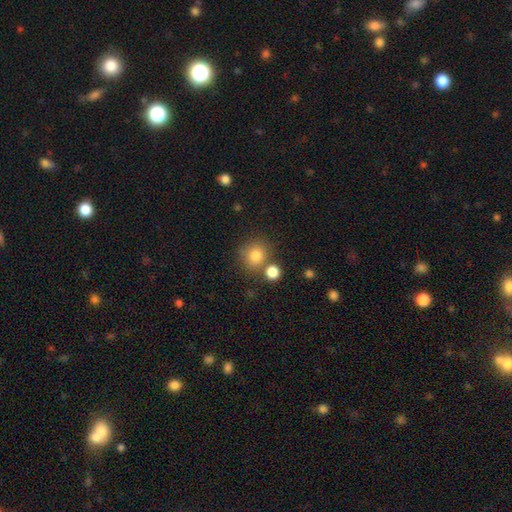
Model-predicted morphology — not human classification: The model was most divided on "merging": none: 70%, merger: 17%, minor disturbance: 10%, major disturbance: 4%. More confident: how rounded — round (85%); smooth or featured — smooth (81%).